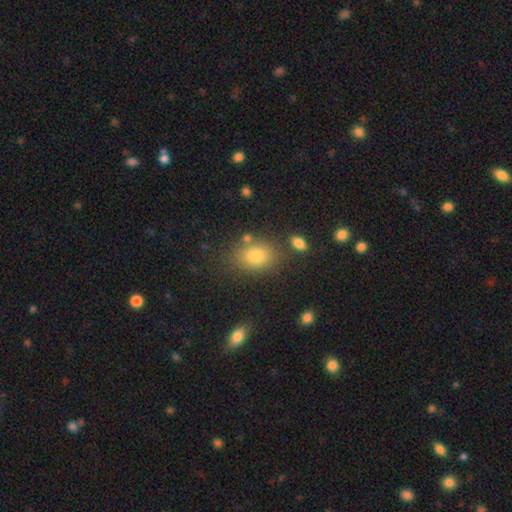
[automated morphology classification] Smooth or featured: smooth — 80% (star or artifact — 11%)
How rounded: in between — 68% (round — 31%)
Merging: none — 76% (minor disturbance — 13%)